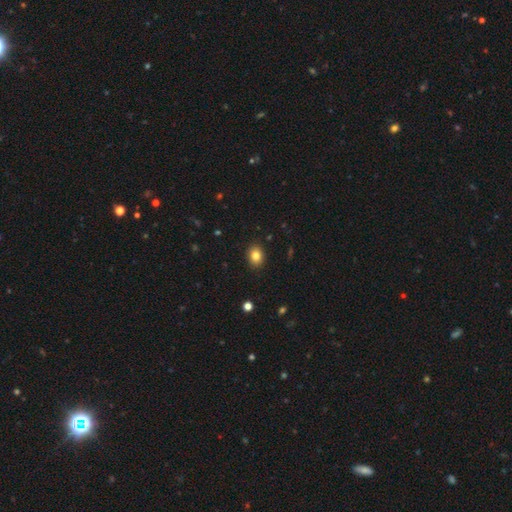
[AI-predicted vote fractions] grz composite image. It shows a smooth galaxy with no disk features (83%) that is in between round and cigar-shaped (57%). Merging: none (89%).